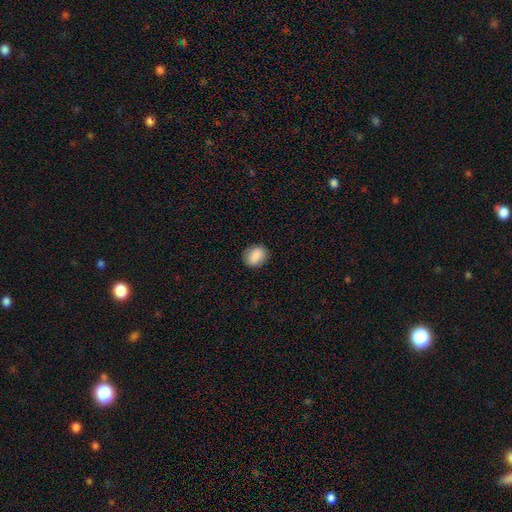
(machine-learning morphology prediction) smooth_or_featured: smooth (p=0.88) [alt: star or artifact p=0.08]
how_rounded: round (p=0.52) [alt: in between p=0.47]
merging: none (p=0.86) [alt: minor disturbance p=0.10]